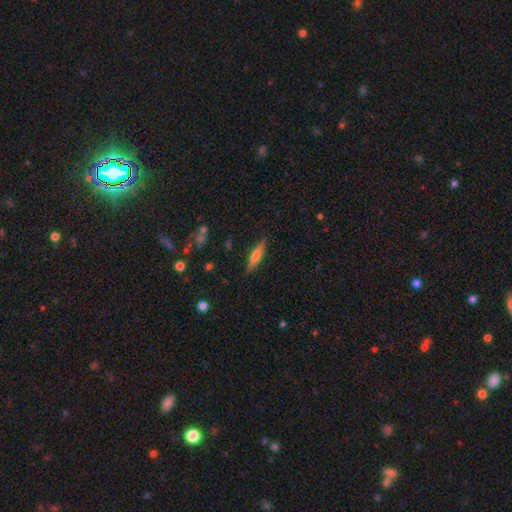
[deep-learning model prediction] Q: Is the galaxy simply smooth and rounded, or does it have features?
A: featured or disk — 53%.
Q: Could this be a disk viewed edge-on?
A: yes — 95%.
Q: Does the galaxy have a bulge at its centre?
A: rounded — 80%.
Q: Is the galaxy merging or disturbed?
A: none — 88%.